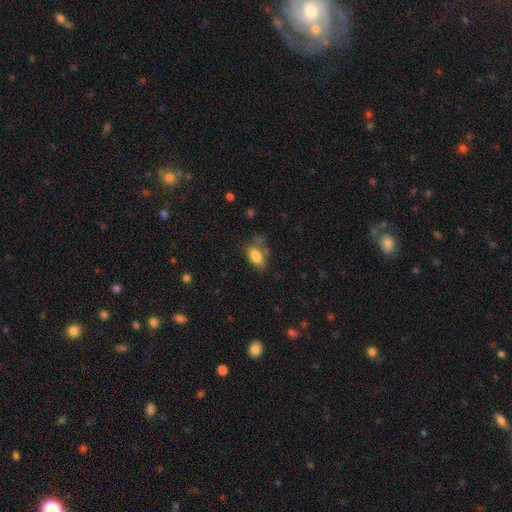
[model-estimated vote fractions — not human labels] Overall: smooth (80%). How rounded: in between (88%). Merging: none (50%; minor disturbance 28%).